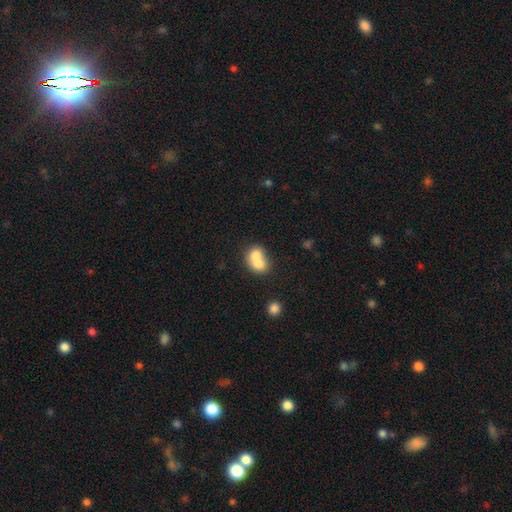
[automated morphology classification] smooth_or_featured: smooth (p=0.71) [alt: featured or disk p=0.20]
how_rounded: round (p=0.56) [alt: in between p=0.43]
merging: merger (p=0.73) [alt: none p=0.19]